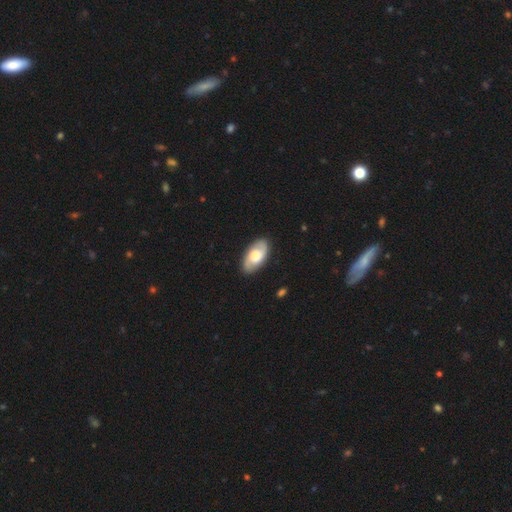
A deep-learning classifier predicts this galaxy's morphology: Smooth or featured?
  - featured or disk: 57% *
  - smooth: 38%
  - star or artifact: 5%
Edge-on disk?
  - no: 93% *
  - yes: 7%
Bar?
  - no: 66% *
  - weak: 28%
  - strong: 6%
Spiral arms?
  - yes: 81% *
  - no: 19%
Bulge size?
  - moderate: 45% *
  - large: 40%
  - small: 8%
  - dominant: 3%
  - none: 3%
Merging?
  - none: 87% *
  - minor disturbance: 10%
  - major disturbance: 2%
  - merger: 1%